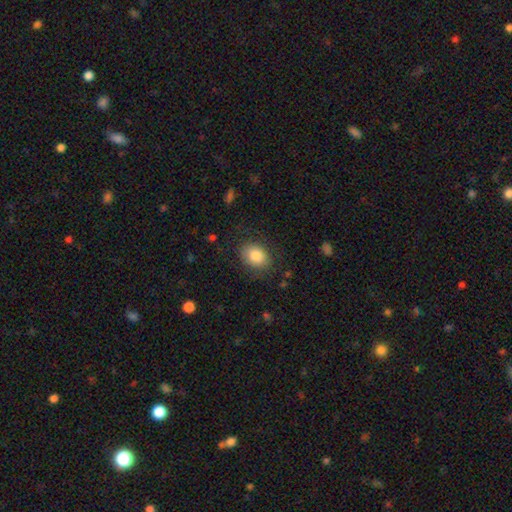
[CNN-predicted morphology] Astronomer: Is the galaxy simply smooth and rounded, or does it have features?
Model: smooth — 84%.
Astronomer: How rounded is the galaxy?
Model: in between — 68%.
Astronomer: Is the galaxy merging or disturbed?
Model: none — 81%.